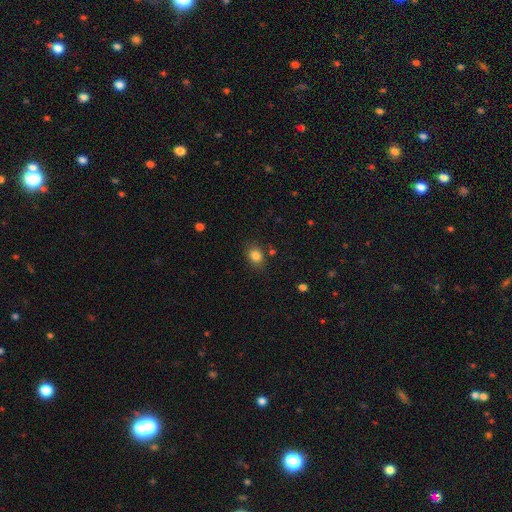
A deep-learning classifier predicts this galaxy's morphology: smooth-or-featured: smooth: 83% | star or artifact: 11% | featured or disk: 6%
  how-rounded: in between: 52% | round: 47% | cigar-shaped: 1%
  merging: none: 81% | minor disturbance: 12% | merger: 4% | major disturbance: 3%